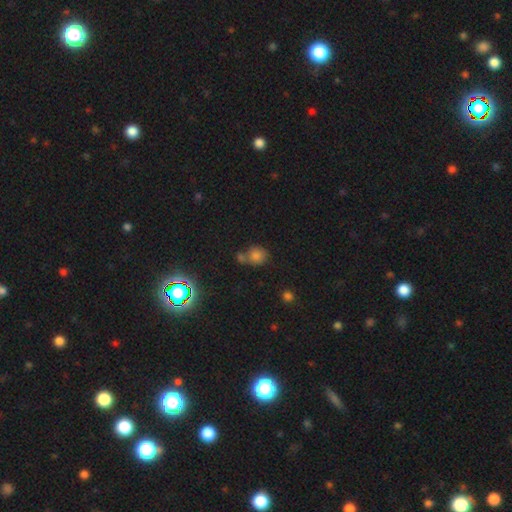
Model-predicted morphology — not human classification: Smooth or featured: smooth — 67% (star or artifact — 24%)
How rounded: round — 72% (in between — 26%)
Merging: none — 50% (merger — 31%)